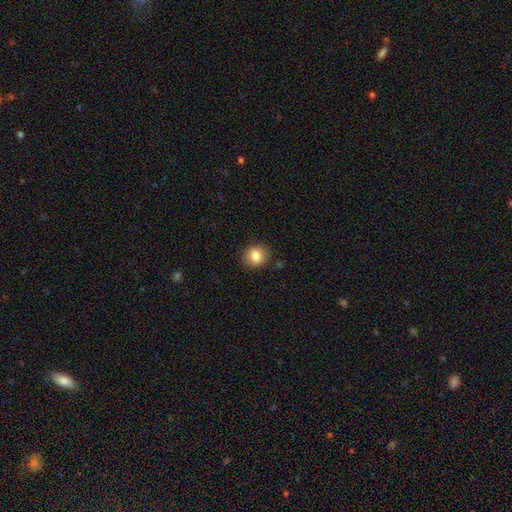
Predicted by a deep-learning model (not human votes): This is clearly a smooth galaxy (84%). How rounded: likely round (79%). Merging: clearly none (88%).